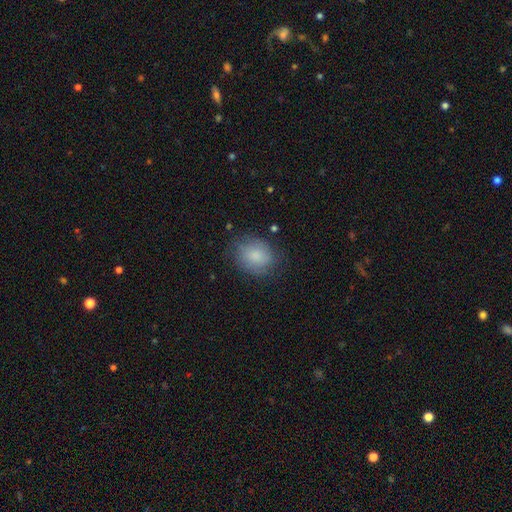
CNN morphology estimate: Smooth or featured?
  - smooth: 80% *
  - featured or disk: 13%
  - star or artifact: 7%
How rounded?
  - round: 52% *
  - in between: 47%
  - cigar-shaped: 1%
Merging?
  - none: 74% *
  - minor disturbance: 19%
  - major disturbance: 6%
  - merger: 1%